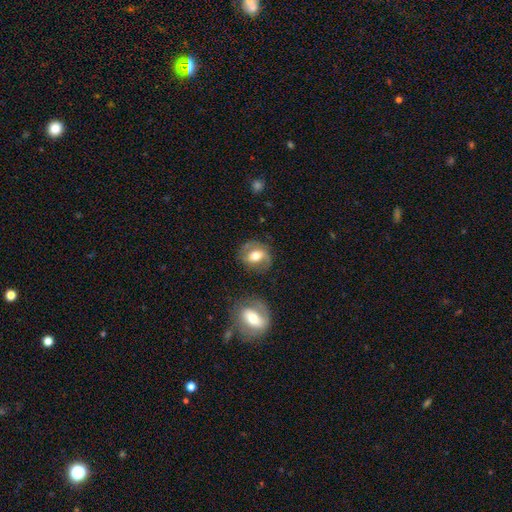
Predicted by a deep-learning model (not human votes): Smooth or featured?
  - featured or disk: 55% *
  - smooth: 37%
  - star or artifact: 7%
Edge-on disk?
  - no: 95% *
  - yes: 5%
Bar?
  - no: 40% *
  - weak: 37%
  - strong: 23%
Spiral arms?
  - yes: 76% *
  - no: 24%
Bulge size?
  - moderate: 67% *
  - large: 20%
  - small: 10%
  - dominant: 2%
  - none: 1%
Merging?
  - none: 67% *
  - minor disturbance: 19%
  - major disturbance: 9%
  - merger: 4%